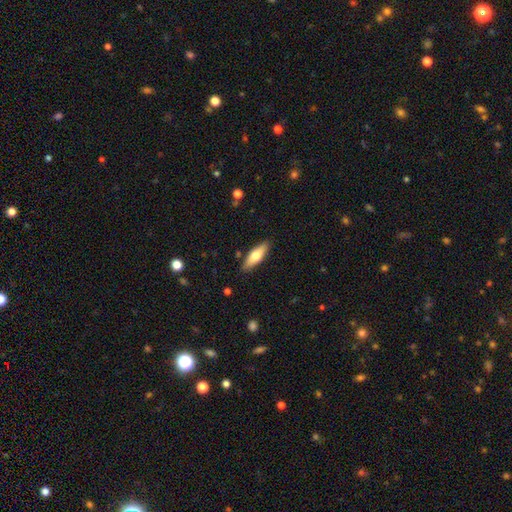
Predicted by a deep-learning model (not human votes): smooth-or-featured: smooth: 63% | featured or disk: 31% | star or artifact: 6%
  how-rounded: in between: 53% | cigar-shaped: 44% | round: 2%
  merging: none: 88% | minor disturbance: 9% | major disturbance: 2% | merger: 1%